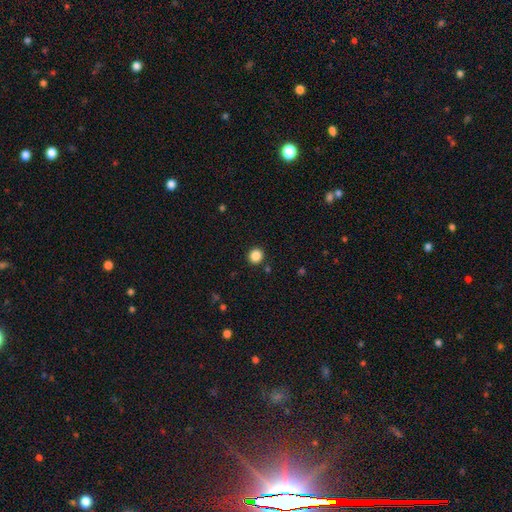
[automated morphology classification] type=smooth (87%); roundness=round (87%); merging=none (91%).